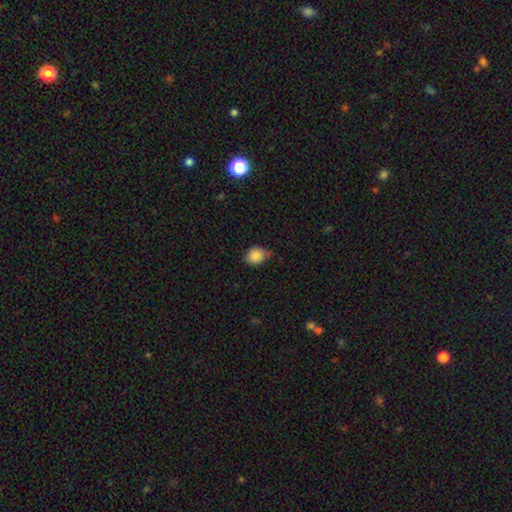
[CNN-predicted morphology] The model was most divided on "how rounded": round: 54%, in between: 45%, cigar-shaped: 1%. More confident: smooth or featured — smooth (85%); merging — none (65%).